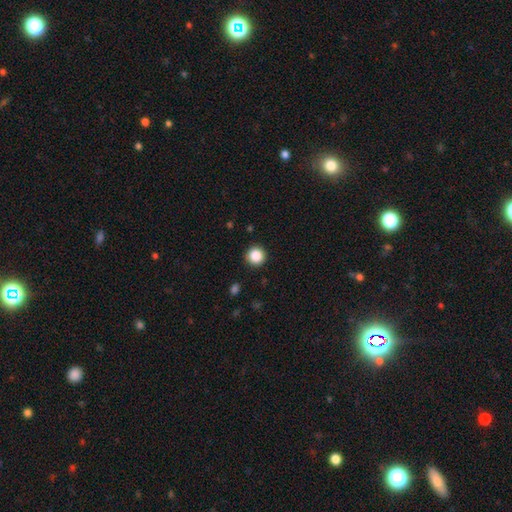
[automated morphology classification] A smooth galaxy with no disk features (87%) that is round (95%). Merging: none (92%).